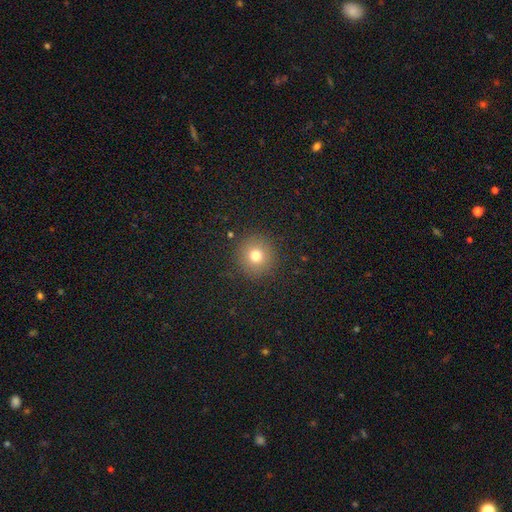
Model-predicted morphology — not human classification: Smooth or featured? smooth (75%)
How rounded? round (94%)
Merging? none (90%)